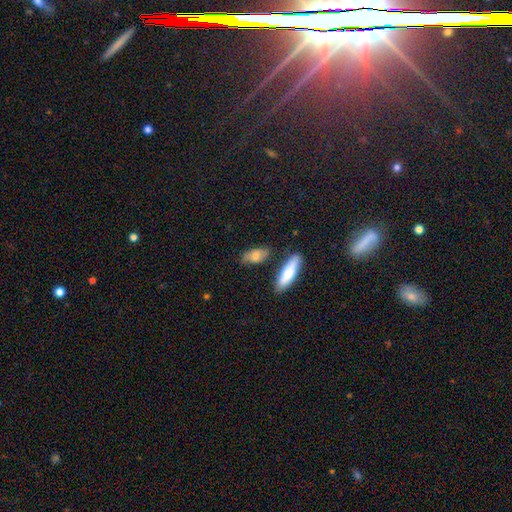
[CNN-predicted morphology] Overall: smooth (74%). How rounded: in between (81%). Merging: none (70%).